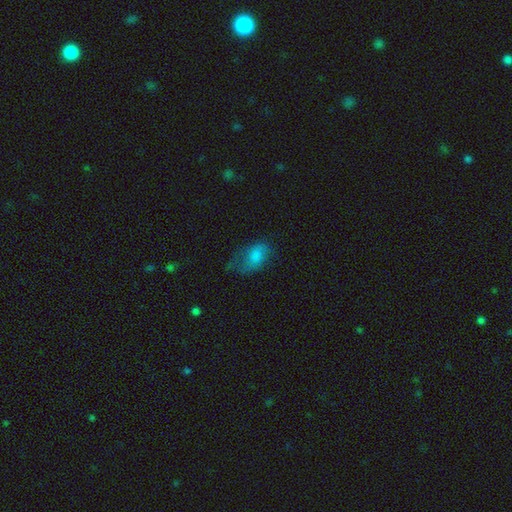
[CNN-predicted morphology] Smooth or featured? smooth (67%)
How rounded? in between (89%)
Merging? none (39%)